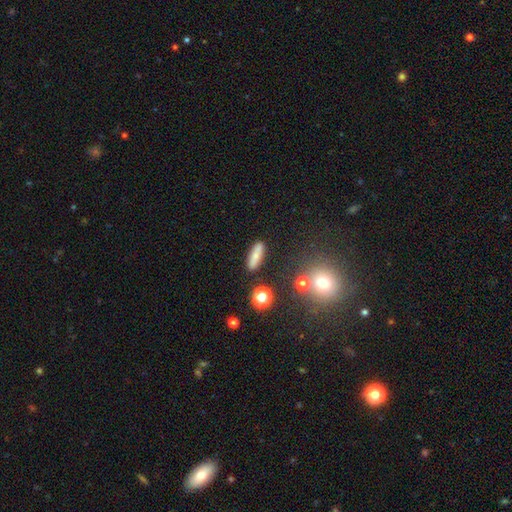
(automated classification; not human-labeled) Smooth or featured? smooth (70%)
How rounded? cigar-shaped (62%)
Merging? none (85%)